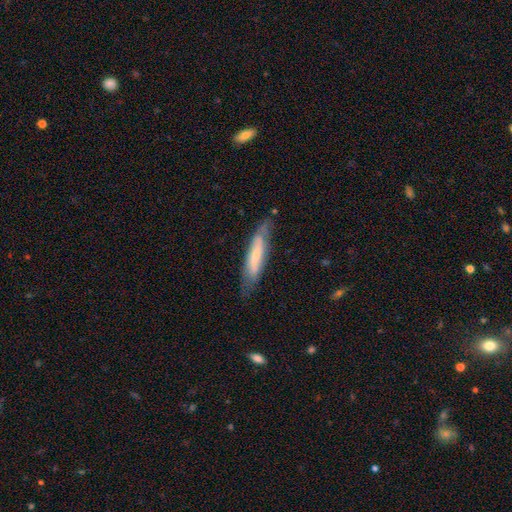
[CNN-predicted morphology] smooth 52%, featured or disk 42%, star or artifact 6%. Down the decision tree: how rounded — cigar-shaped (79%); merging — none (70%).